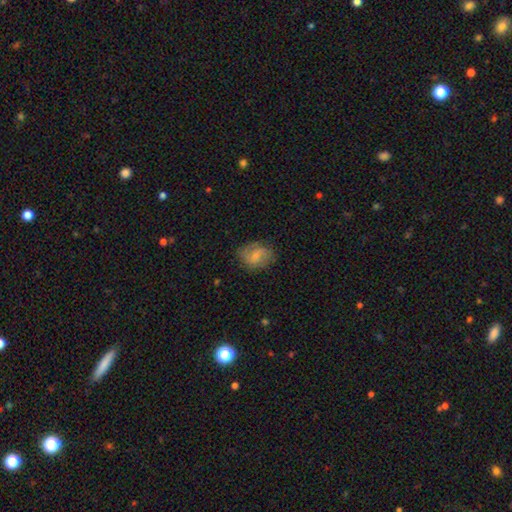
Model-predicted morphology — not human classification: featured or disk 48%, smooth 45%, star or artifact 8%. Down the decision tree: merging — none (69%).